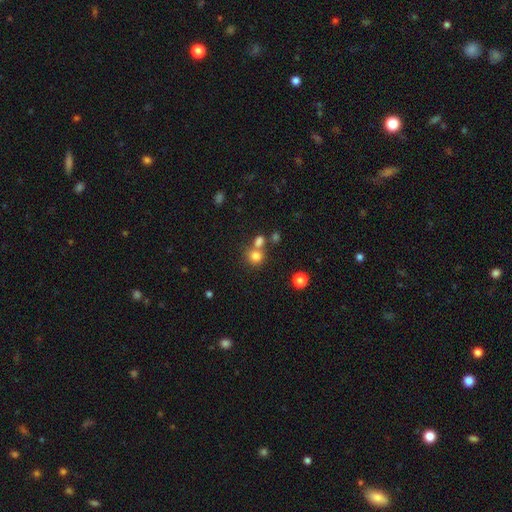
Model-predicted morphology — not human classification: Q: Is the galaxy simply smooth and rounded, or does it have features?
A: smooth — 78%.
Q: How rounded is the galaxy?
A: round — 85%.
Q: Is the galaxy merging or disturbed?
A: none — 55%.